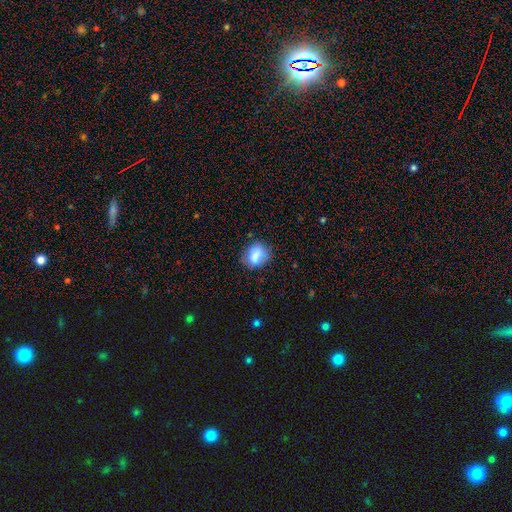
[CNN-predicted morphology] This is likely a smooth galaxy (78%). How rounded: possibly in between (52%). Merging: likely none (66%).